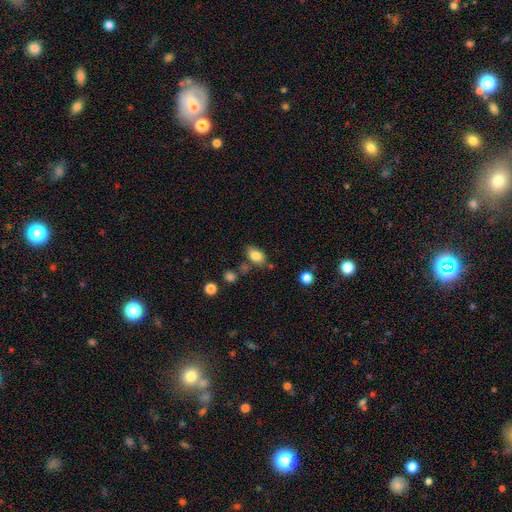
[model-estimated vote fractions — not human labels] Overall: smooth (84%). How rounded: in between (85%). Merging: none (70%).